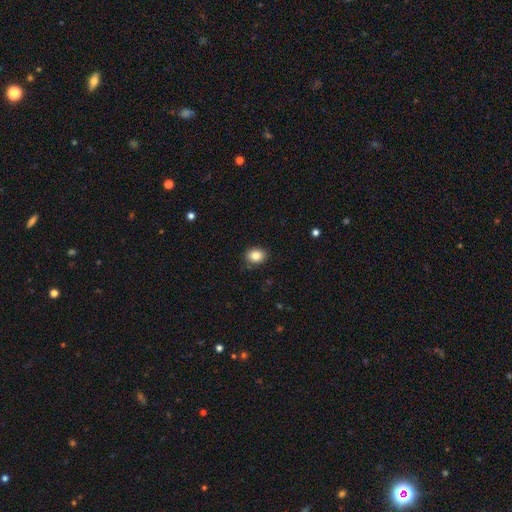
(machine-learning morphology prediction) type=smooth (85%); roundness=in between (52%); merging=none (88%).